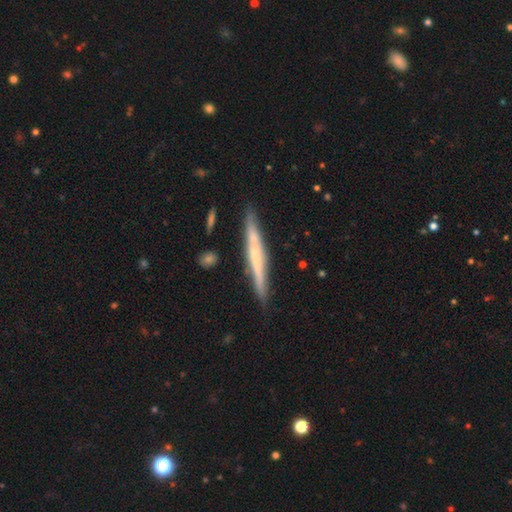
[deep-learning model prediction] Smooth or featured: featured or disk — 57% (smooth — 37%)
Edge-on disk: yes — 95% (no — 5%)
Edge-on bulge: none — 68% (rounded — 21%)
Merging: none — 85% (minor disturbance — 11%)